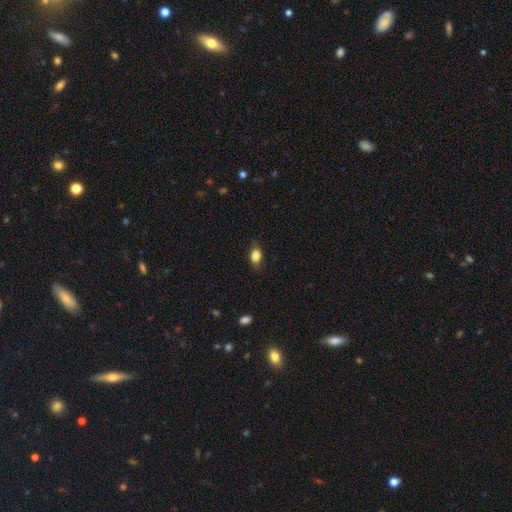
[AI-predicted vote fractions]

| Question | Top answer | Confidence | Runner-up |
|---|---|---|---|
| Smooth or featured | smooth | 82% | featured or disk (9%) |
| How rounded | in between | 81% | round (15%) |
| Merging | none | 80% | minor disturbance (16%) |